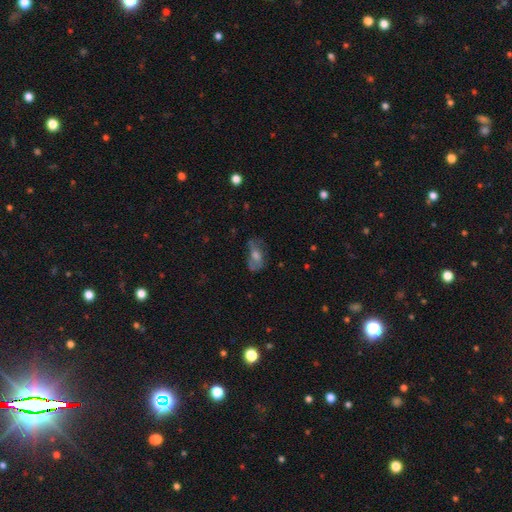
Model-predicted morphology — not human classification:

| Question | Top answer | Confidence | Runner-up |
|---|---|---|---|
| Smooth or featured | featured or disk | 45% | smooth (38%) |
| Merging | none | 48% | minor disturbance (25%) |